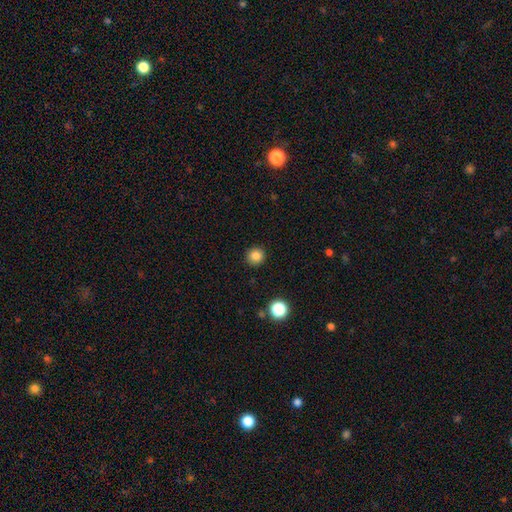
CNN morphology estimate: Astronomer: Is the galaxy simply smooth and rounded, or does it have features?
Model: smooth — 84%.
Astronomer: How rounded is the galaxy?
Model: round — 91%.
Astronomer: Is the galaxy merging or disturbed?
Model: none — 91%.